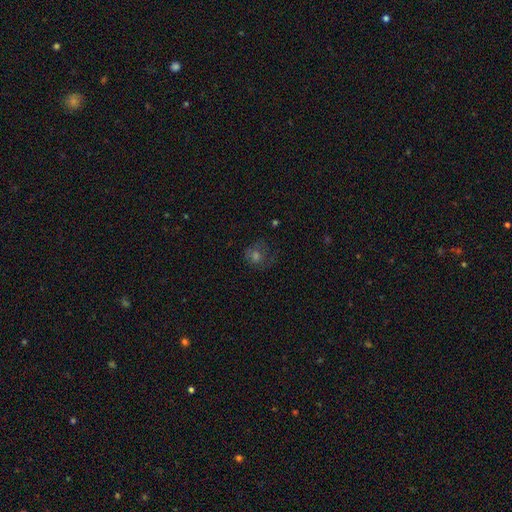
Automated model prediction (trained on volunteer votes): The model was most divided on "smooth or featured": smooth: 50%, featured or disk: 25%, star or artifact: 25%. More confident: merging — none (64%).